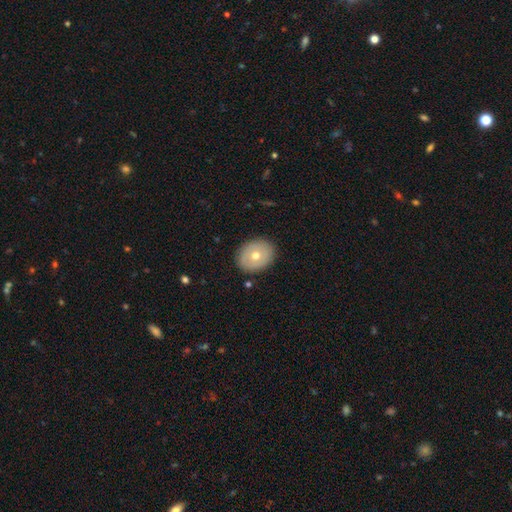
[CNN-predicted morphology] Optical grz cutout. It shows a smooth galaxy with no disk features (63%) that is in between round and cigar-shaped (51%). Merging: none (88%).